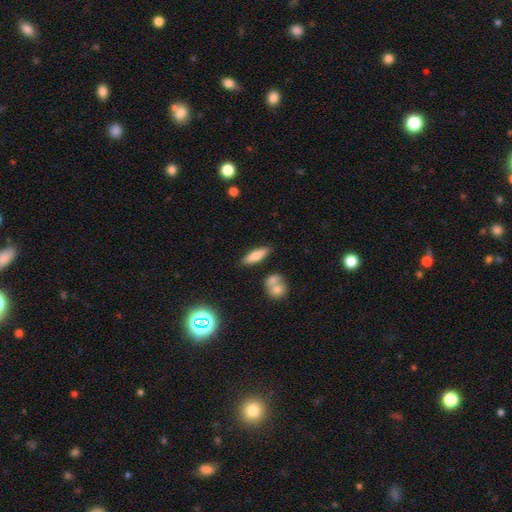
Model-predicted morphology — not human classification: A smooth galaxy with no disk features (74%) that is cigar-shaped (51%).

Vote fractions:
- Smooth or featured? smooth: 74% / featured or disk: 17% / star or artifact: 9%
- How rounded? cigar-shaped: 51% / in between: 46% / round: 3%
- Merging? none: 77% / minor disturbance: 11% / merger: 9% / major disturbance: 3%